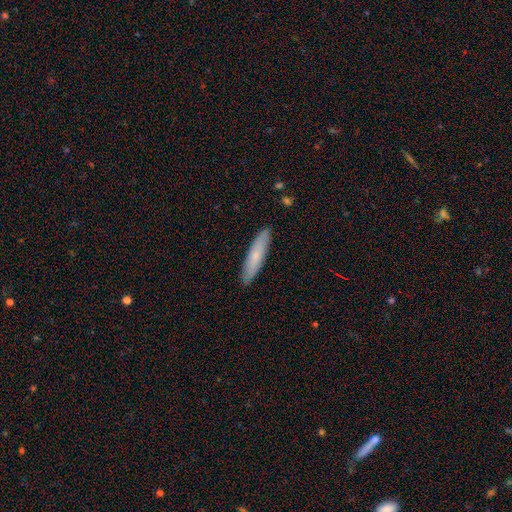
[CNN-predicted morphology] type=smooth (71%); roundness=cigar-shaped (83%); merging=none (90%).